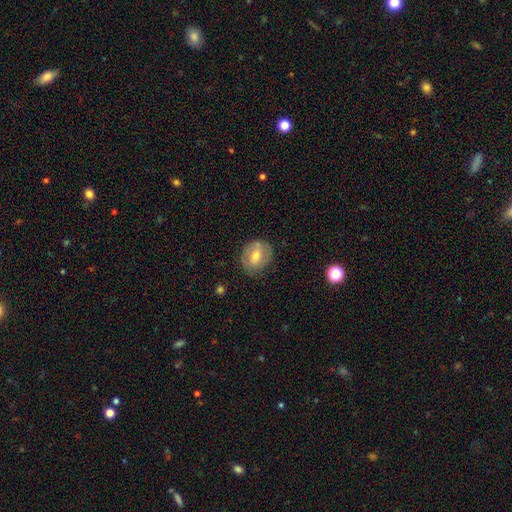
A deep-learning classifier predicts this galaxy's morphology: The model was most divided on "smooth or featured": smooth: 53%, featured or disk: 38%, star or artifact: 9%. More confident: merging — none (79%); how rounded — round (57%).